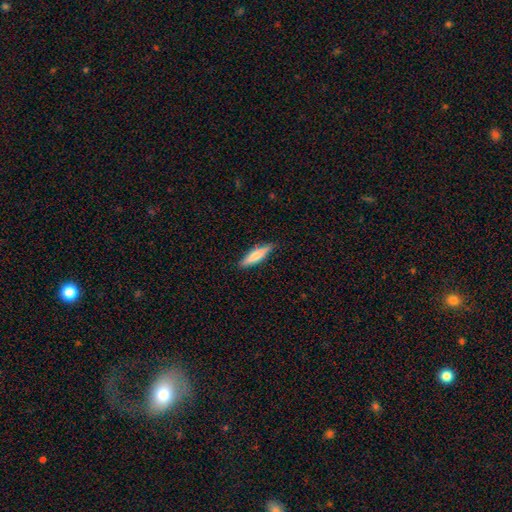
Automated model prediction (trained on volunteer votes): The model was most divided on "smooth or featured": smooth: 68%, featured or disk: 26%, star or artifact: 6%. More confident: merging — none (85%); how rounded — cigar-shaped (77%).